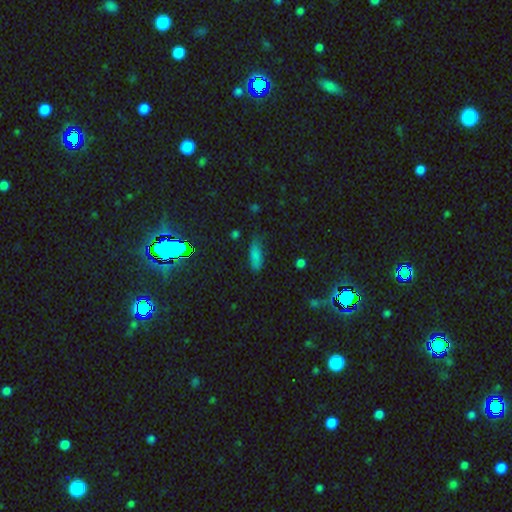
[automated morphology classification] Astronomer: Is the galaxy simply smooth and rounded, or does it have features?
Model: smooth — 74%.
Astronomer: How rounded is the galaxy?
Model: in between — 67%.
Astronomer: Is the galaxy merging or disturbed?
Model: none — 63%.